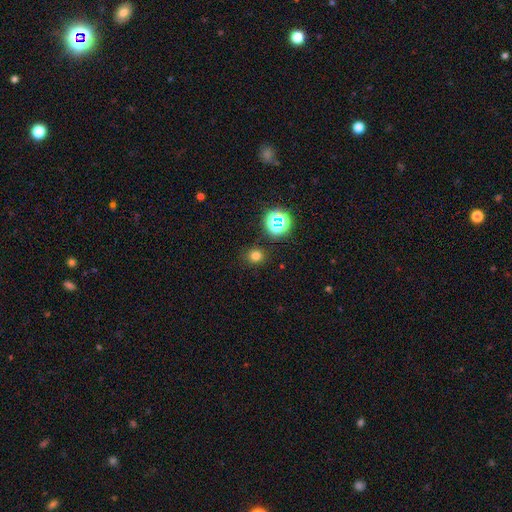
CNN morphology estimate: A smooth galaxy with no disk features (73%) that is round (82%).

Vote fractions:
- Smooth or featured? smooth: 73% / star or artifact: 21% / featured or disk: 6%
- How rounded? round: 82% / in between: 17% / cigar-shaped: 1%
- Merging? none: 88% / minor disturbance: 7% / major disturbance: 3% / merger: 2%